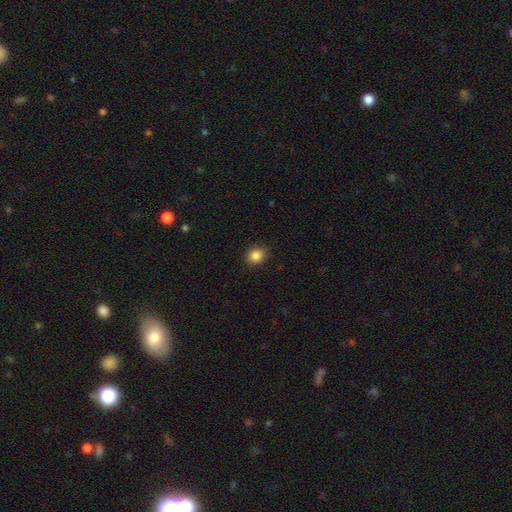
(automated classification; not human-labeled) This appears to be a smooth galaxy with no disk features (86%) that is round (71%). Merging: none (88%).